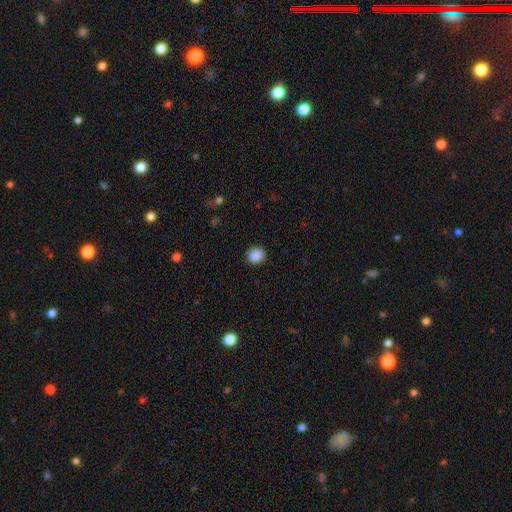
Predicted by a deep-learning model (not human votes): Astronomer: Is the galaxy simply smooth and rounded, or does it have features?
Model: smooth — 88%.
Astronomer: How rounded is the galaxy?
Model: round — 80%.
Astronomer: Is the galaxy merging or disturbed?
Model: none — 90%.